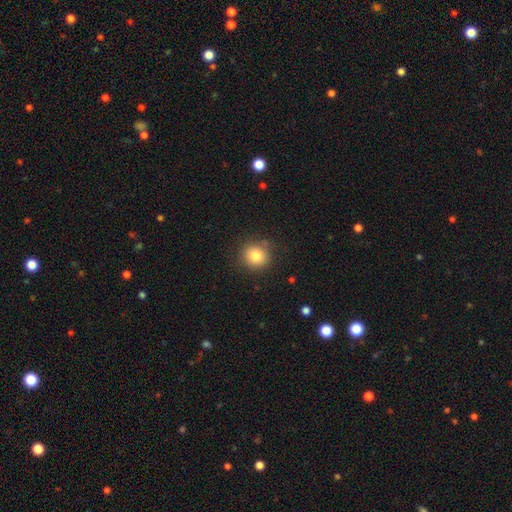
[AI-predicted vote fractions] Morphology: type=smooth (82%); roundness=round (88%); merging=none (85%).